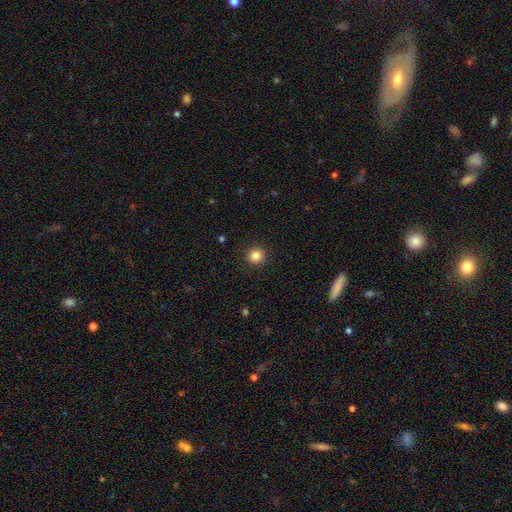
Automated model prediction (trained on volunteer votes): A smooth galaxy with no disk features (85%) that is round (92%). Merging: none (91%).